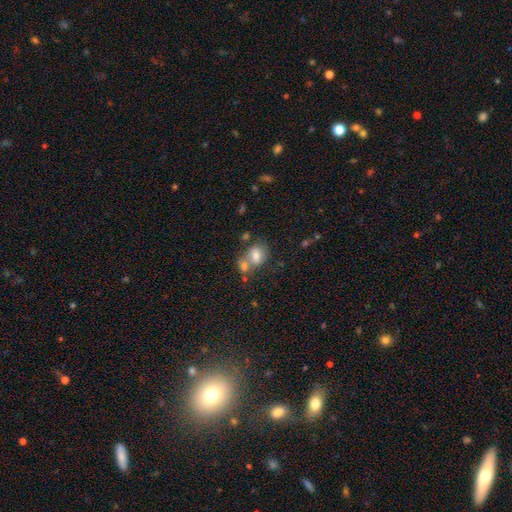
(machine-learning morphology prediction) A smooth galaxy with no disk features (72%) that is in between round and cigar-shaped (67%). Merging: merger (45%).